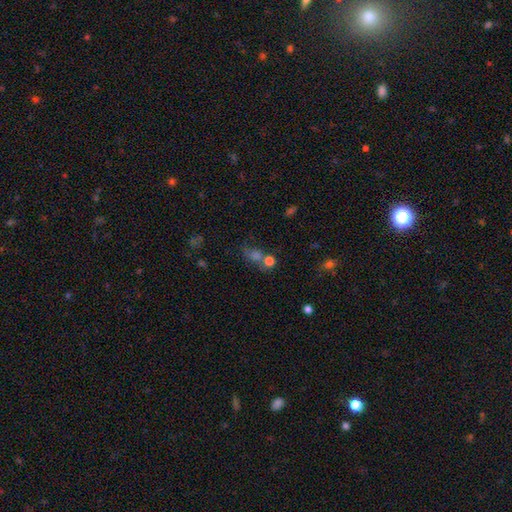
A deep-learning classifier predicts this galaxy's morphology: A smooth galaxy with no disk features (52%) that is round (63%).

Vote fractions:
- Smooth or featured? smooth: 52% / star or artifact: 32% / featured or disk: 16%
- How rounded? round: 63% / in between: 34% / cigar-shaped: 3%
- Merging? none: 45% / merger: 31% / minor disturbance: 13% / major disturbance: 11%